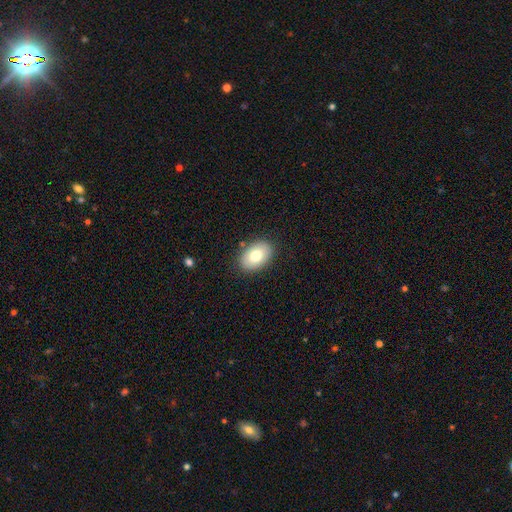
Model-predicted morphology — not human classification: Smooth or featured? Predicted: smooth (p=0.77). How rounded? Predicted: in between (p=0.86). Merging? Predicted: none (p=0.86).